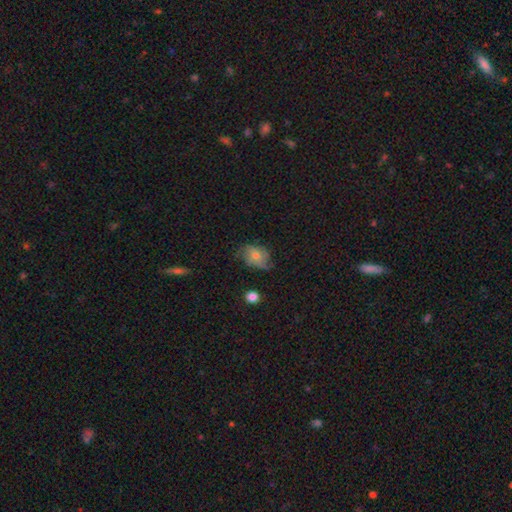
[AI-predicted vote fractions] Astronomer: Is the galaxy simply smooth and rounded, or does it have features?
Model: smooth — 48% (runner-up: featured or disk, 41%).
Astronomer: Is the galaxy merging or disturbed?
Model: none — 58%.